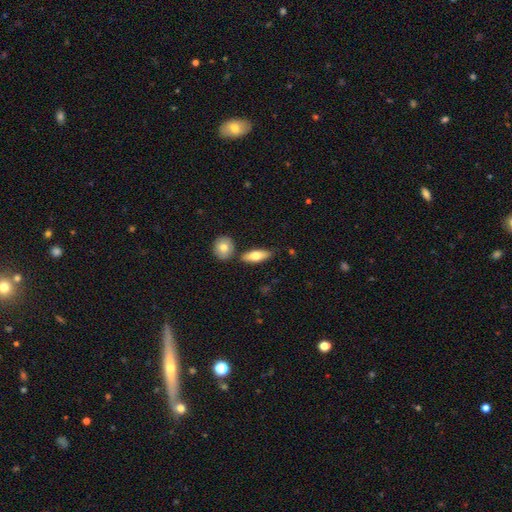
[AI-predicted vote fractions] Smooth or featured? Predicted: smooth (p=0.67). How rounded? Predicted: in between (p=0.65). Merging? Predicted: none (p=0.76).